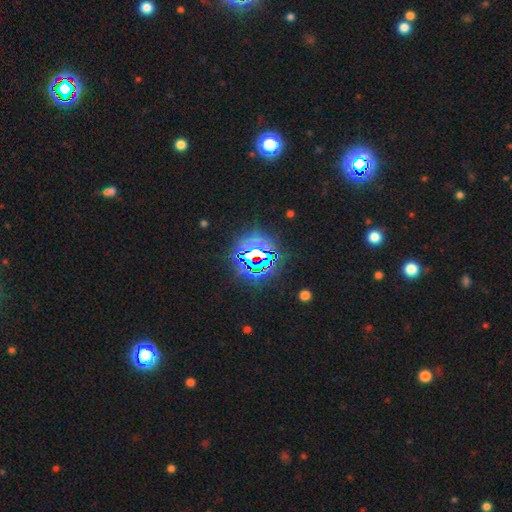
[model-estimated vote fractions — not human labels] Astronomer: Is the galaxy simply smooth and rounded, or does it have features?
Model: star or artifact — 80%.